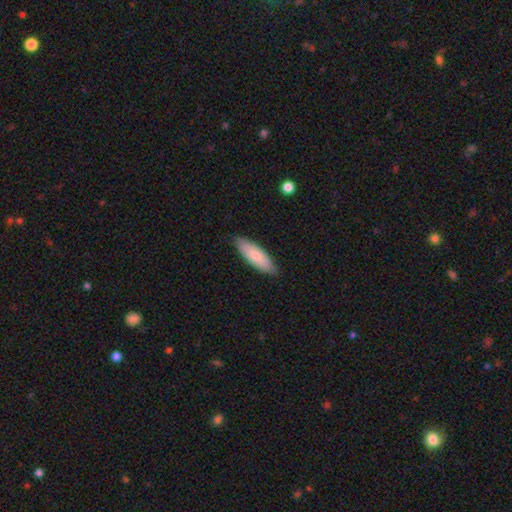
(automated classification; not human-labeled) smooth-or-featured: smooth: 84% | featured or disk: 11% | star or artifact: 5%
  how-rounded: in between: 57% | cigar-shaped: 42% | round: 1%
  merging: none: 85% | minor disturbance: 12% | major disturbance: 2% | merger: 1%